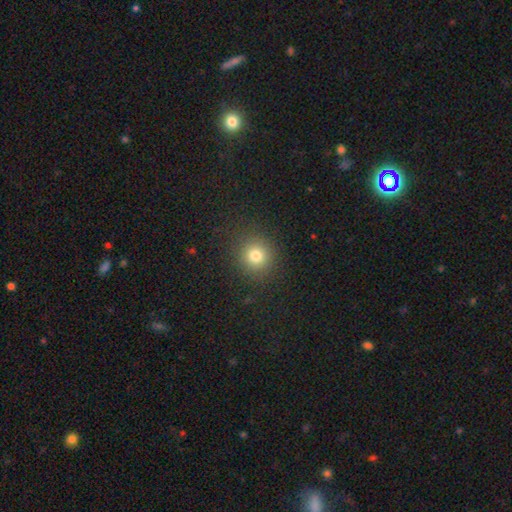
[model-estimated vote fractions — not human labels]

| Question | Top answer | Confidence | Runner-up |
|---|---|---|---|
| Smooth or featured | smooth | 78% | star or artifact (15%) |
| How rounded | round | 88% | in between (11%) |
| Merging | none | 88% | minor disturbance (7%) |